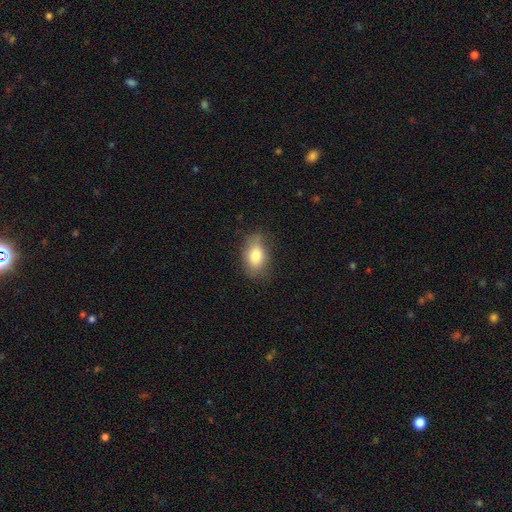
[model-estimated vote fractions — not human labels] Overall: smooth (80%). How rounded: in between (87%). Merging: none (71%).